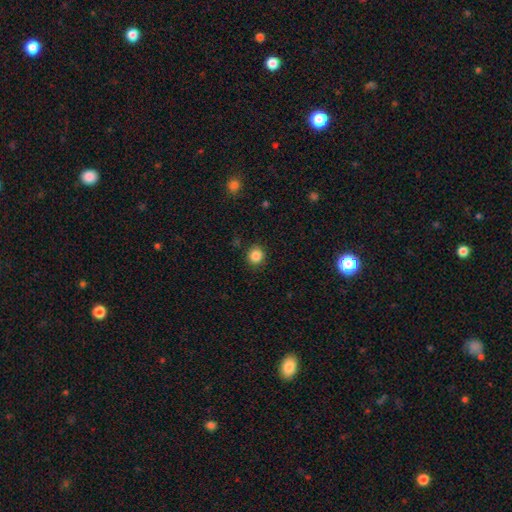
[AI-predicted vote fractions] Smooth or featured: smooth — 86% (star or artifact — 10%)
How rounded: round — 83% (in between — 16%)
Merging: none — 88% (minor disturbance — 8%)